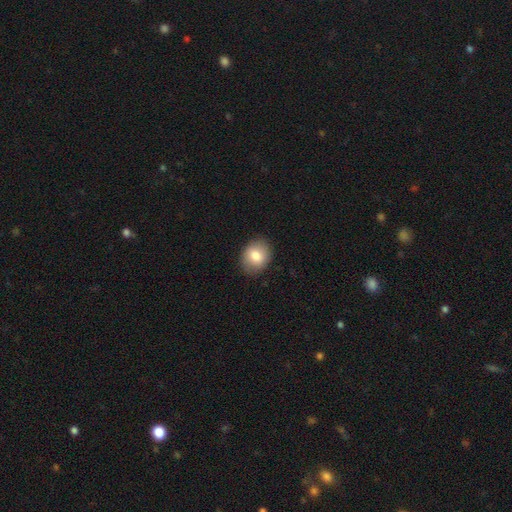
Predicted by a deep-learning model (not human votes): Smooth or featured? Predicted: smooth (p=0.81). How rounded? Predicted: in between (p=0.55). Merging? Predicted: none (p=0.85).